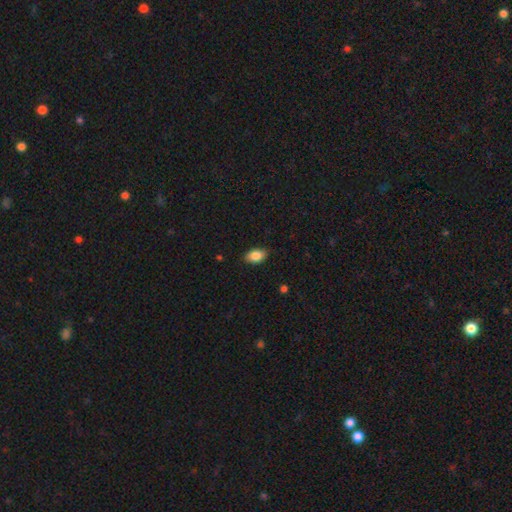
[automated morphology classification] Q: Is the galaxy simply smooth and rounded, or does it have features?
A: smooth — 86%.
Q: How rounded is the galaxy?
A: in between — 90%.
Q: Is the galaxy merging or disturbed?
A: none — 85%.